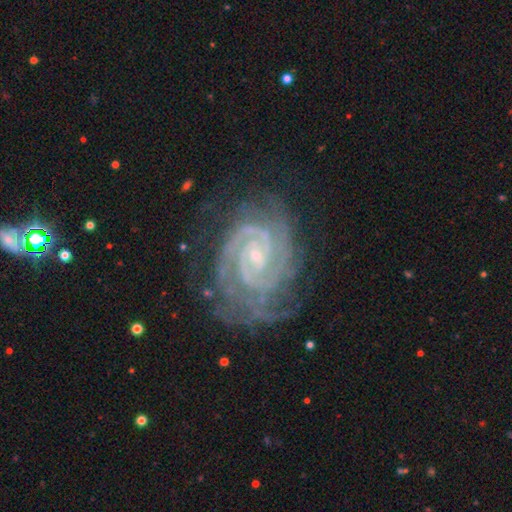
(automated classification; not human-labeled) The model was most divided on "bar": no: 50%, weak: 35%, strong: 15%. More confident: spiral arms — yes (99%); edge-on disk — no (98%); smooth or featured — featured or disk (92%); bulge size — small (80%); spiral winding — tight (79%); merging — none (73%); spiral arm count — 2 (55%).